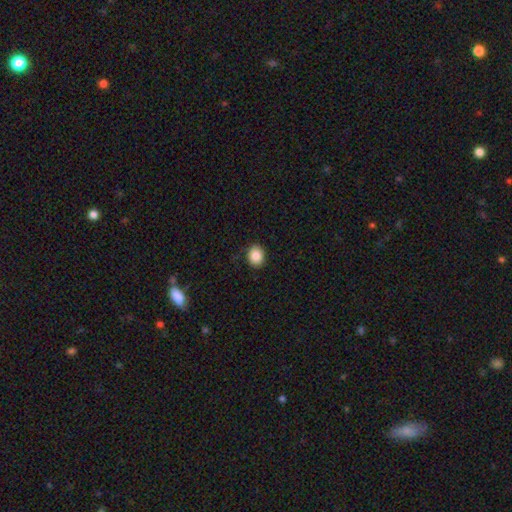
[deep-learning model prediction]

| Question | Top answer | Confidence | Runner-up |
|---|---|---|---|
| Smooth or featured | smooth | 87% | star or artifact (9%) |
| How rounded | round | 60% | in between (39%) |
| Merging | none | 88% | minor disturbance (9%) |